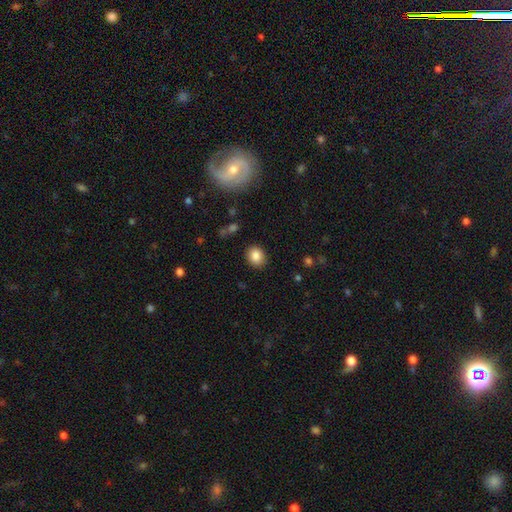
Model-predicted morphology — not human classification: This is clearly a smooth galaxy (86%). How rounded: likely round (70%). Merging: clearly none (88%).